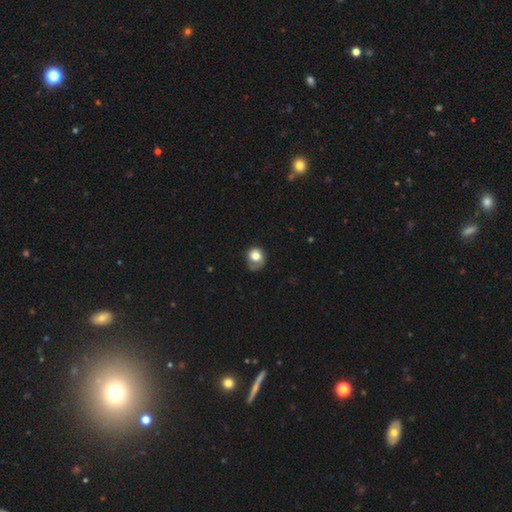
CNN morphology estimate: Q: Smooth or featured?
A: smooth (76%); runner-up: featured or disk (15%)
Q: How rounded?
A: round (72%); runner-up: in between (27%)
Q: Merging?
A: none (44%); runner-up: minor disturbance (34%)